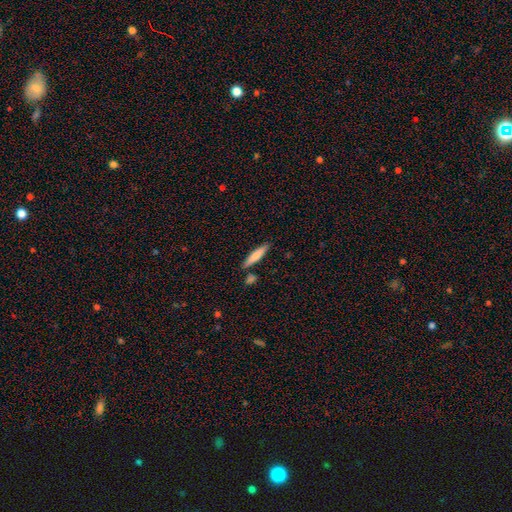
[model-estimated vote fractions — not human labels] Q: Smooth or featured?
A: smooth (71%); runner-up: featured or disk (23%)
Q: How rounded?
A: cigar-shaped (89%); runner-up: in between (10%)
Q: Merging?
A: none (81%); runner-up: minor disturbance (10%)